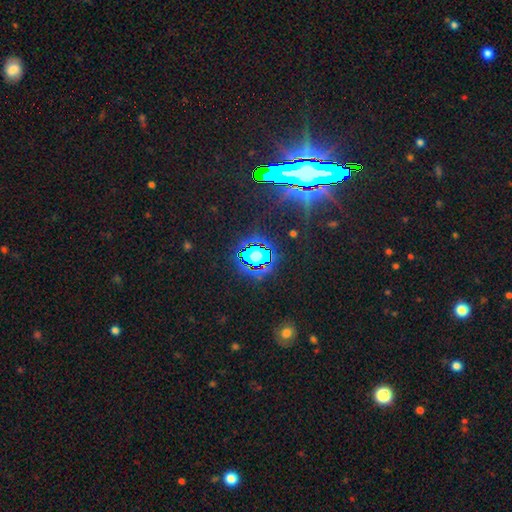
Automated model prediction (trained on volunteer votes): Overall: star or artifact (63%; smooth 26%).